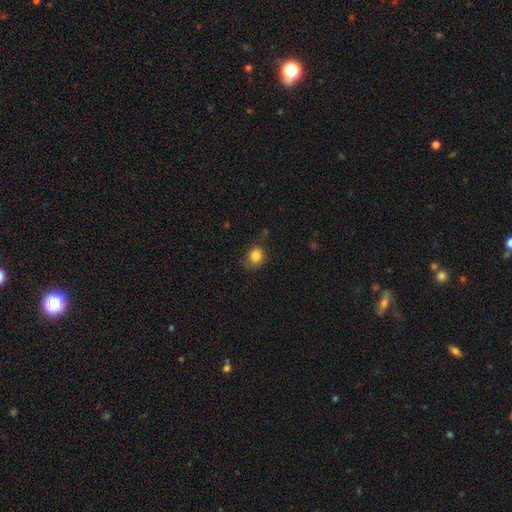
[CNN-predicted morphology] The model was most divided on "merging": none: 76%, minor disturbance: 18%, major disturbance: 4%, merger: 2%. More confident: smooth or featured — smooth (83%); how rounded — round (81%).